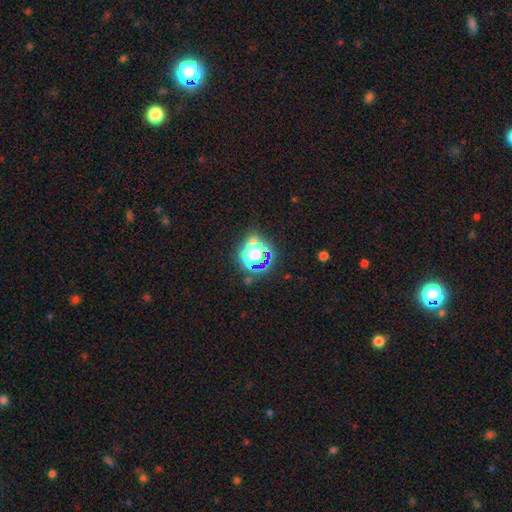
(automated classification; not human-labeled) Morphology: type=star or artifact (47%).